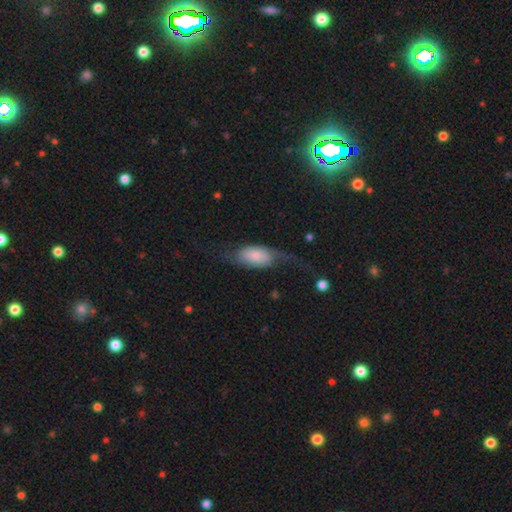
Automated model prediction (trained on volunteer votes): Q: Smooth or featured?
A: smooth (54%); runner-up: featured or disk (39%)
Q: How rounded?
A: in between (89%); runner-up: cigar-shaped (6%)
Q: Merging?
A: major disturbance (41%); runner-up: none (33%)